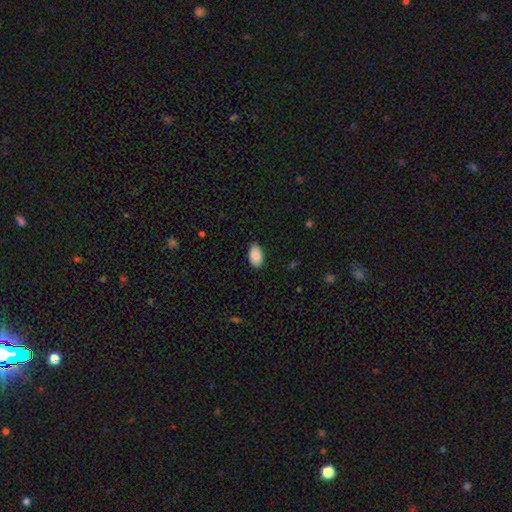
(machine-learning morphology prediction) The model was most divided on "merging": none: 86%, minor disturbance: 11%, major disturbance: 2%, merger: 1%. More confident: how rounded — in between (94%); smooth or featured — smooth (89%).